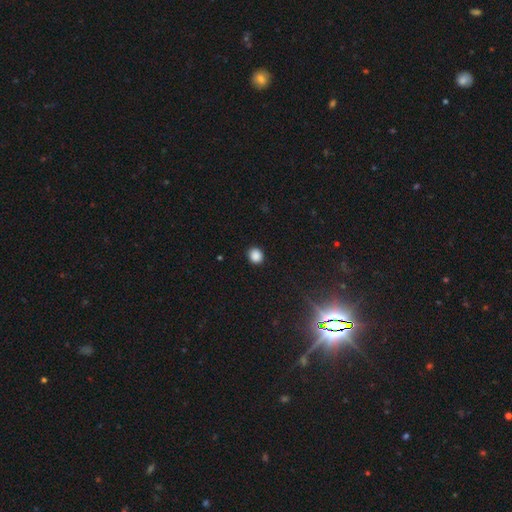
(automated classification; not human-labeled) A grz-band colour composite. It shows a smooth galaxy with no disk features (87%) that is round (78%). Merging: none (91%).